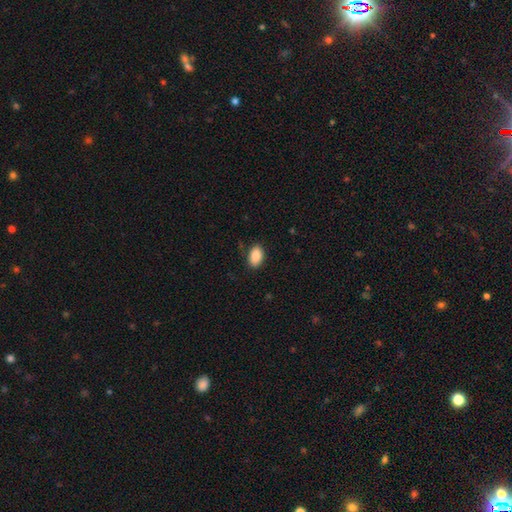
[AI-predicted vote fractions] This appears to be a smooth galaxy with no disk features (89%) that is in between round and cigar-shaped (91%). Merging: none (85%).